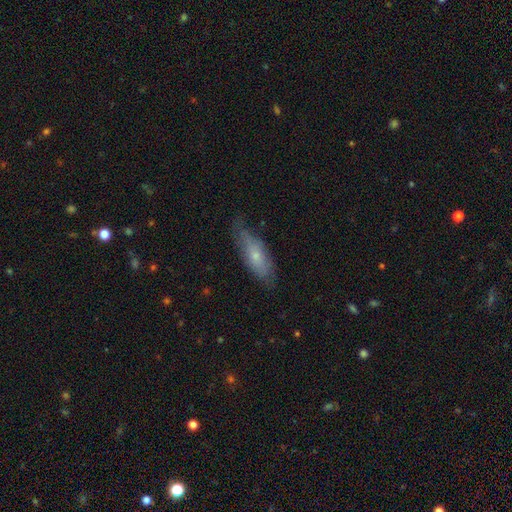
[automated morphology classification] A smooth galaxy with no disk features (58%) that is in between round and cigar-shaped (61%). Merging: none (60%).